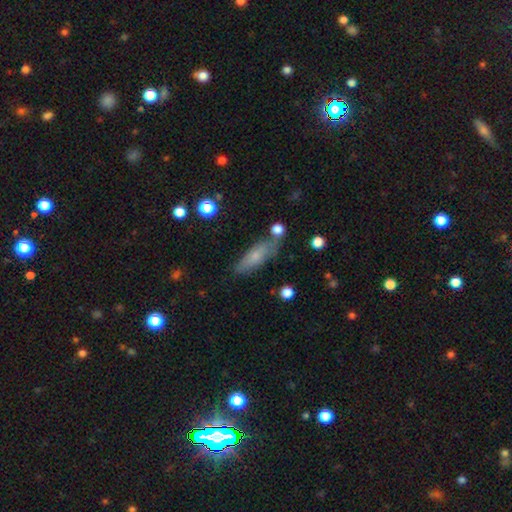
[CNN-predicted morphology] Smooth or featured: smooth — 66% (featured or disk — 26%)
How rounded: in between — 49% (cigar-shaped — 48%)
Merging: none — 70% (minor disturbance — 18%)